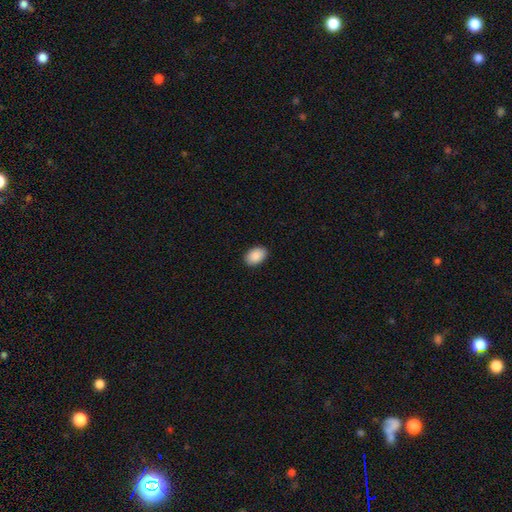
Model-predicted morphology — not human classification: smooth-or-featured: smooth: 91% | star or artifact: 7% | featured or disk: 3%
  how-rounded: in between: 87% | round: 12% | cigar-shaped: 1%
  merging: none: 90% | minor disturbance: 7% | major disturbance: 2% | merger: 1%